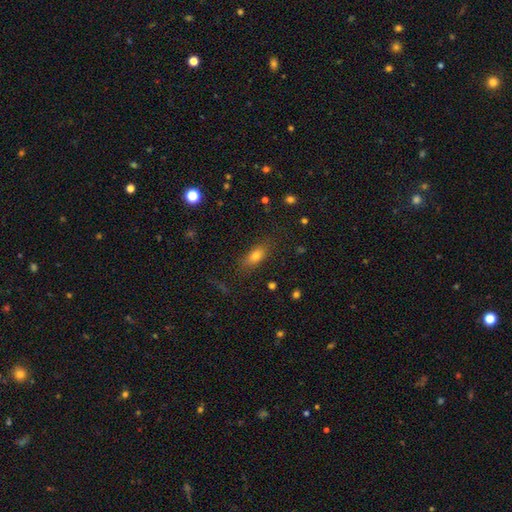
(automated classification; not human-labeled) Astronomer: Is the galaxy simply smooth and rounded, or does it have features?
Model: smooth — 71%.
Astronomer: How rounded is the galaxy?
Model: in between — 70%.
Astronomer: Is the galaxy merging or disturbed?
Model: none — 80%.